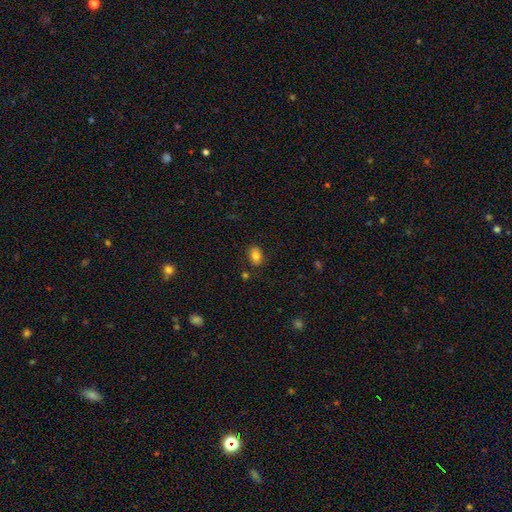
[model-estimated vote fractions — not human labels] Q: Smooth or featured?
A: smooth (81%); runner-up: star or artifact (10%)
Q: How rounded?
A: in between (73%); runner-up: round (26%)
Q: Merging?
A: none (83%); runner-up: minor disturbance (11%)